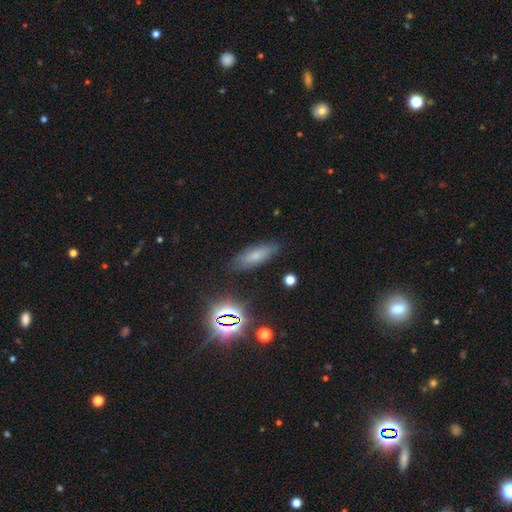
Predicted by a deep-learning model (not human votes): smooth_or_featured: smooth (p=0.67) [alt: featured or disk p=0.18]
how_rounded: in between (p=0.55) [alt: cigar-shaped p=0.41]
merging: none (p=0.82) [alt: minor disturbance p=0.13]